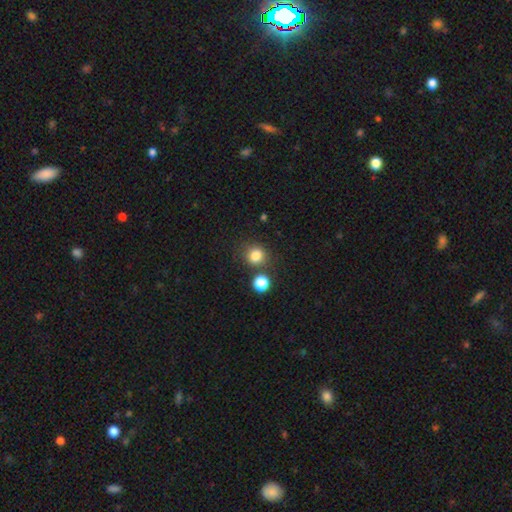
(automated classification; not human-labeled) Smooth or featured?
  - smooth: 82% *
  - star or artifact: 13%
  - featured or disk: 6%
How rounded?
  - round: 85% *
  - in between: 14%
  - cigar-shaped: 1%
Merging?
  - none: 74% *
  - merger: 12%
  - minor disturbance: 10%
  - major disturbance: 4%